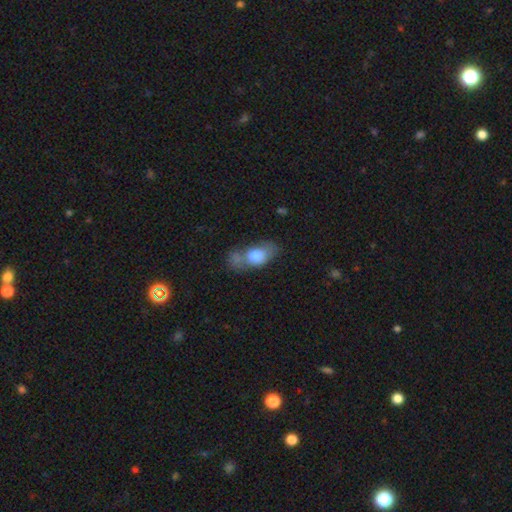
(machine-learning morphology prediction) type=smooth (74%); roundness=in between (82%); merging=merger (33%).